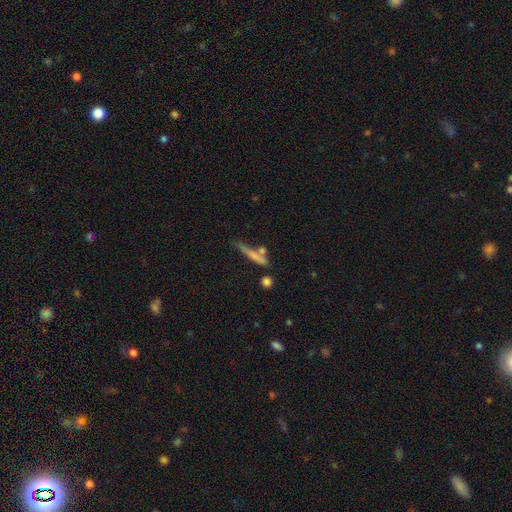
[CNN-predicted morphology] A smooth galaxy with no disk features (64%) that is cigar-shaped (88%). Merging: none (53%).